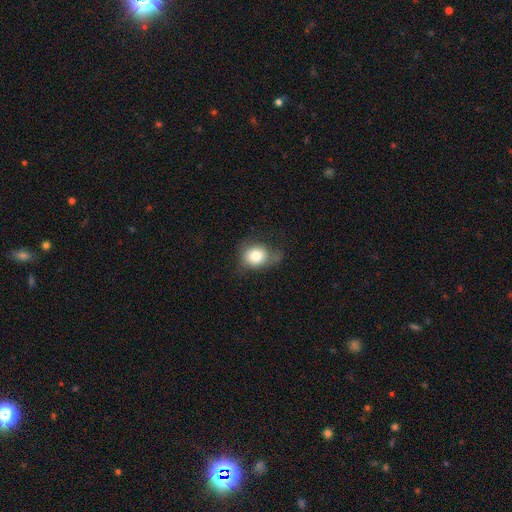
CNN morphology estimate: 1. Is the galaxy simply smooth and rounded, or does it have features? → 77% smooth, 13% featured or disk, 10% star or artifact.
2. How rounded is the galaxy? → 62% round, 37% in between, 1% cigar-shaped.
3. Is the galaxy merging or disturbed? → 47% none, 34% minor disturbance, 17% major disturbance, 2% merger.